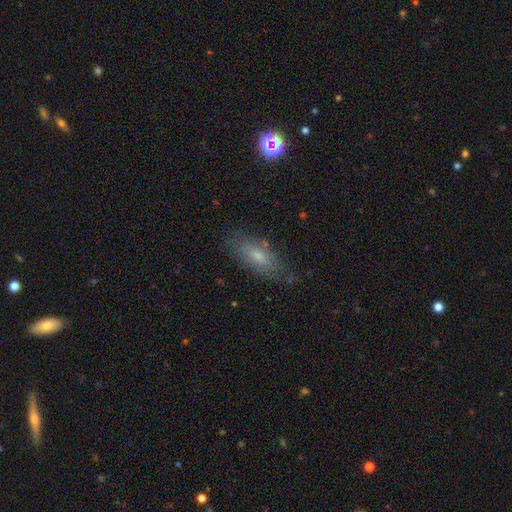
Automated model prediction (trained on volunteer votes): The model was most divided on "smooth or featured": smooth: 56%, featured or disk: 30%, star or artifact: 15%. More confident: merging — none (77%); how rounded — in between (73%).